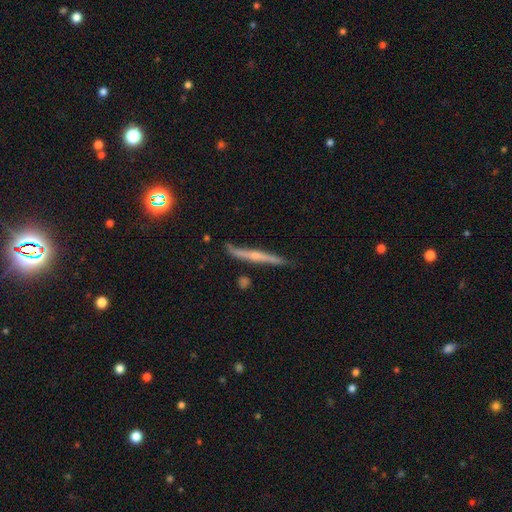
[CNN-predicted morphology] A featured or disk galaxy (64%) viewed edge-on (92%) with a rounded central bulge (49%).

Vote fractions:
- Smooth or featured? featured or disk: 64% / smooth: 29% / star or artifact: 7%
- Edge-on disk? yes: 92% / no: 8%
- Edge-on bulge? rounded: 49% / none: 42% / boxy: 8%
- Merging? none: 72% / minor disturbance: 21% / major disturbance: 4% / merger: 3%